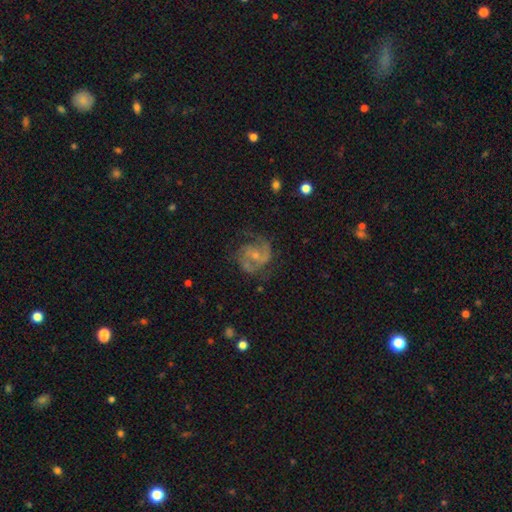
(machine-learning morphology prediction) Q: Smooth or featured?
A: featured or disk (80%); runner-up: smooth (13%)
Q: Edge-on disk?
A: no (98%); runner-up: yes (2%)
Q: Bar?
A: no (50%); runner-up: weak (40%)
Q: Spiral arms?
A: yes (93%); runner-up: no (7%)
Q: Spiral winding?
A: medium (53%); runner-up: tight (26%)
Q: Spiral arm count?
A: 2 (72%); runner-up: can't tell (10%)
Q: Bulge size?
A: small (61%); runner-up: moderate (30%)
Q: Merging?
A: none (63%); runner-up: minor disturbance (20%)